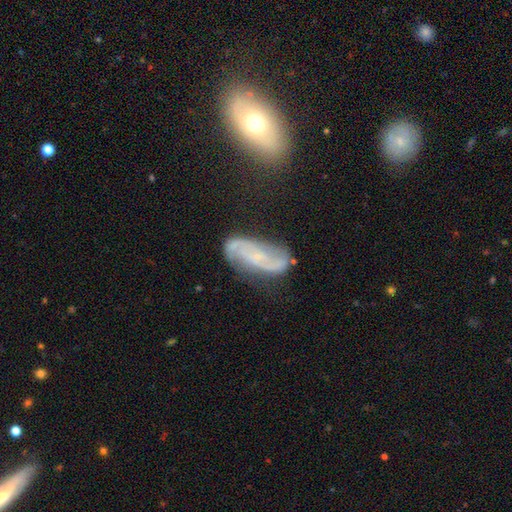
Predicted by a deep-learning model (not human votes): This is likely a featured or disk galaxy (79%). It is clearly not viewed edge-on (95%). Bar: possibly no (50%). Spiral arm pattern: clearly yes (94%). Spiral arm count: clearly 2 (85%). Spiral winding: marginally medium (44%). Central bulge: likely small (62%). Merging: likely none (72%).